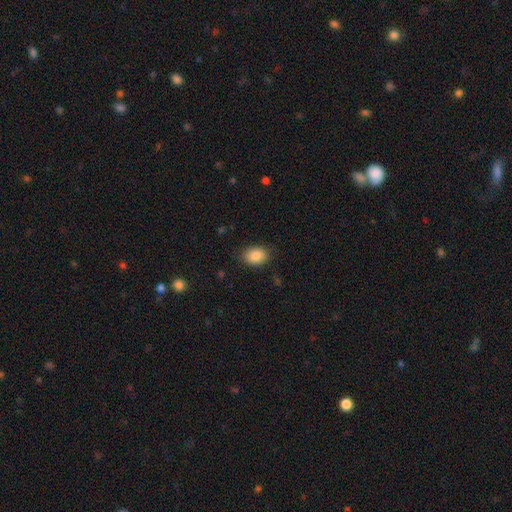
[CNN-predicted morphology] This is clearly a smooth galaxy (87%). How rounded: likely in between (73%). Merging: clearly none (85%).